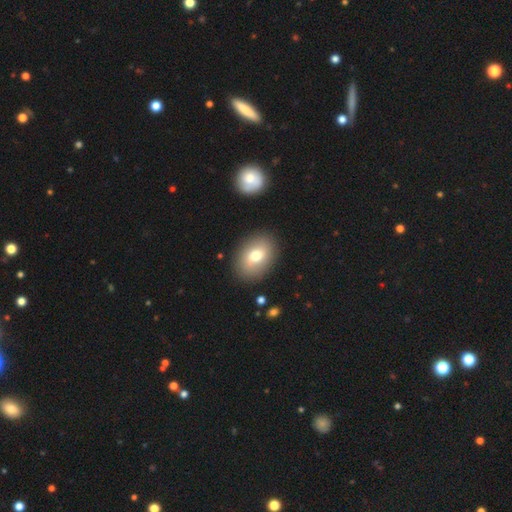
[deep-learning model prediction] Morphology: type=smooth (71%); roundness=in between (76%); merging=none (86%).